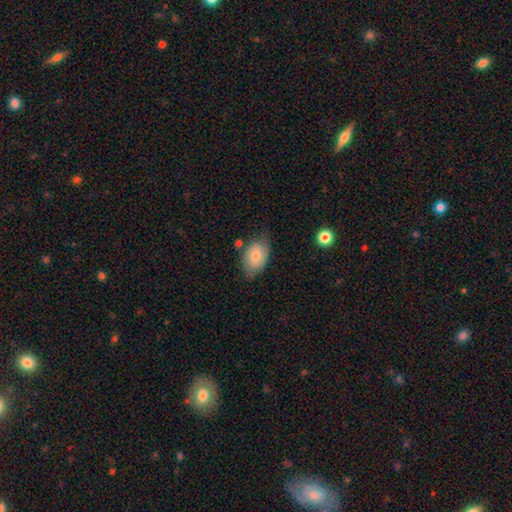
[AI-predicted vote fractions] Smooth or featured?
  - smooth: 72% *
  - featured or disk: 20%
  - star or artifact: 7%
How rounded?
  - in between: 87% *
  - round: 11%
  - cigar-shaped: 1%
Merging?
  - none: 67% *
  - minor disturbance: 25%
  - major disturbance: 5%
  - merger: 4%